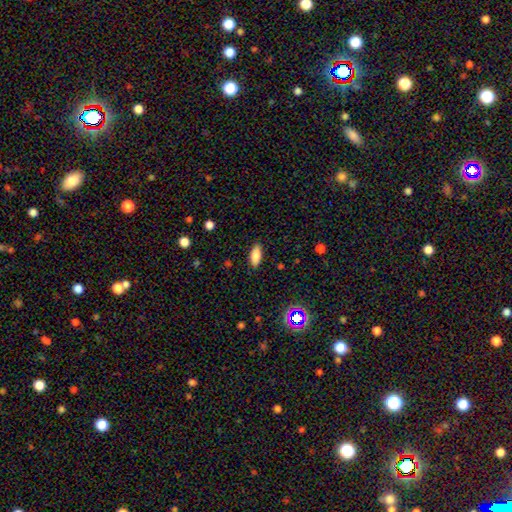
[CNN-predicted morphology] Overall: smooth (83%). How rounded: in between (81%). Merging: none (87%).